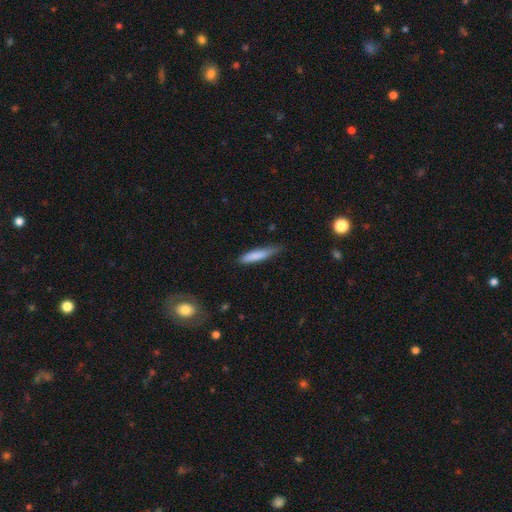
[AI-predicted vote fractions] Q: Smooth or featured?
A: smooth (81%); runner-up: featured or disk (13%)
Q: How rounded?
A: cigar-shaped (85%); runner-up: in between (13%)
Q: Merging?
A: none (66%); runner-up: minor disturbance (28%)